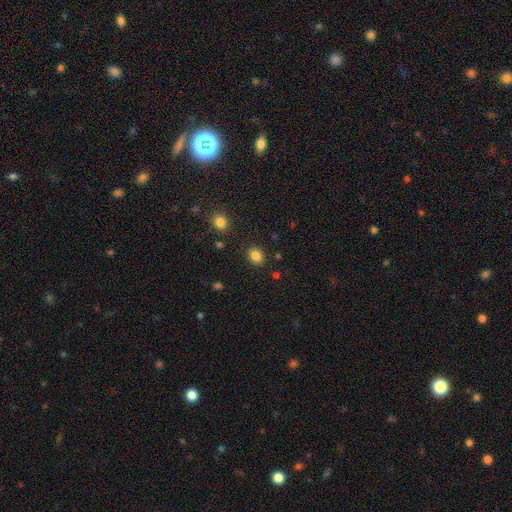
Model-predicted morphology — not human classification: Smooth or featured? smooth (84%)
How rounded? in between (52%)
Merging? none (85%)